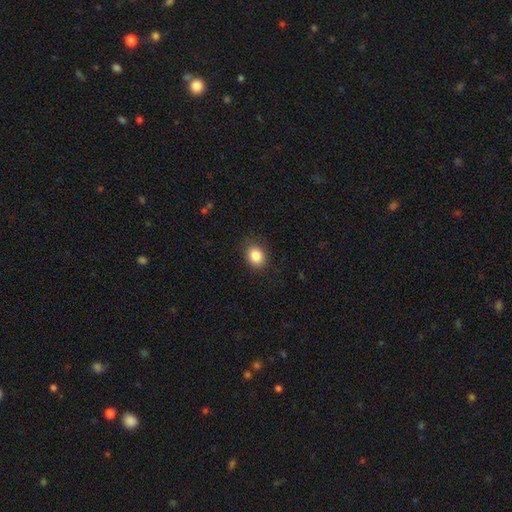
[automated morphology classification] type=smooth (86%); roundness=round (53%); merging=none (86%).